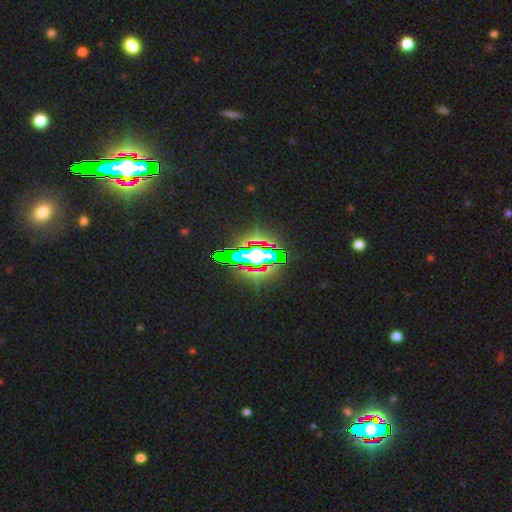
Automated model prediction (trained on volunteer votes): The model was most divided on "smooth or featured": star or artifact: 64%, featured or disk: 18%, smooth: 17%.